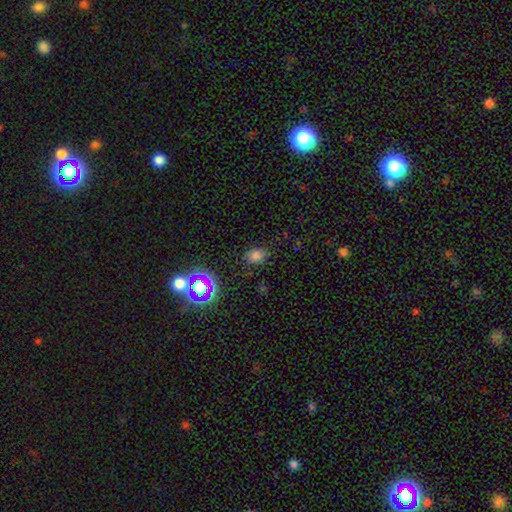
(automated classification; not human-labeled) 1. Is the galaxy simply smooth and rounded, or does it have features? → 72% smooth, 22% star or artifact, 7% featured or disk.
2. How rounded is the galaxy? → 63% in between, 35% round, 1% cigar-shaped.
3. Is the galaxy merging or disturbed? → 79% none, 15% minor disturbance, 5% major disturbance, 2% merger.